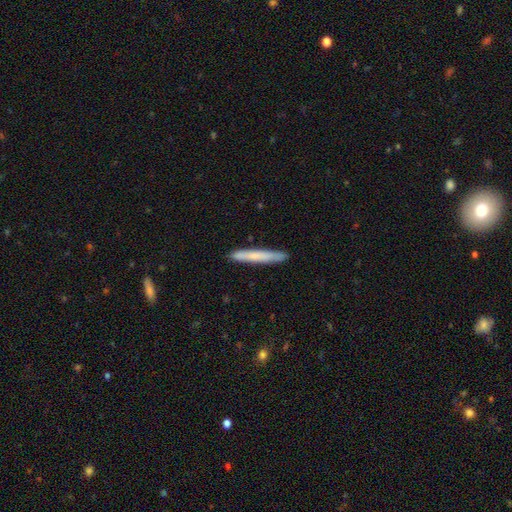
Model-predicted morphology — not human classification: smooth 69%, featured or disk 25%, star or artifact 6%. Down the decision tree: how rounded — cigar-shaped (96%); merging — none (90%).